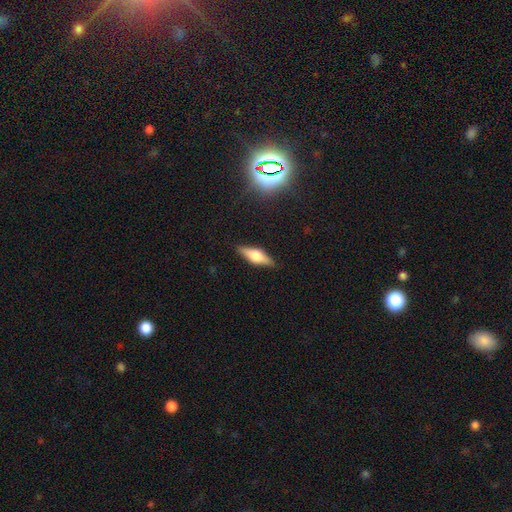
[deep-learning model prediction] This appears to be a featured or disk galaxy (49%). Merging: none (87%).